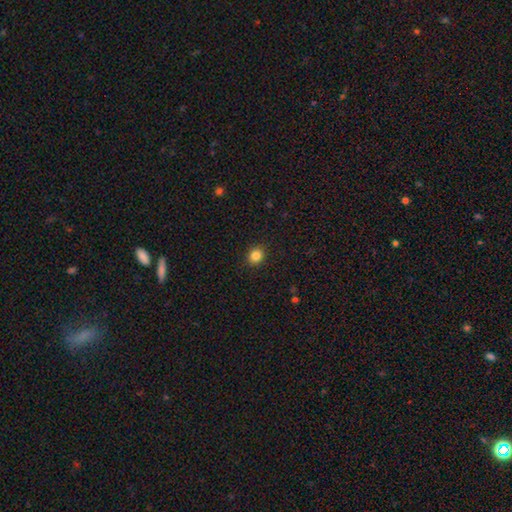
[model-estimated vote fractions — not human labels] Smooth or featured?
  - smooth: 85% *
  - star or artifact: 11%
  - featured or disk: 4%
How rounded?
  - round: 79% *
  - in between: 21%
  - cigar-shaped: 1%
Merging?
  - none: 91% *
  - minor disturbance: 6%
  - major disturbance: 2%
  - merger: 1%